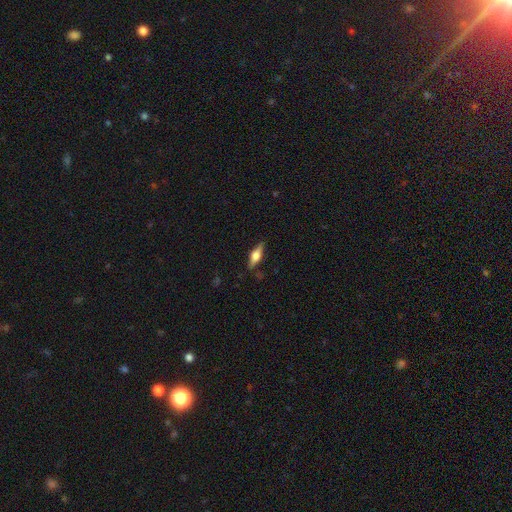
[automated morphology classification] Smooth or featured?
  - featured or disk: 58% *
  - smooth: 35%
  - star or artifact: 7%
Edge-on disk?
  - yes: 95% *
  - no: 5%
Edge-on bulge?
  - rounded: 91% *
  - boxy: 8%
  - none: 2%
Merging?
  - none: 84% *
  - minor disturbance: 12%
  - major disturbance: 3%
  - merger: 1%